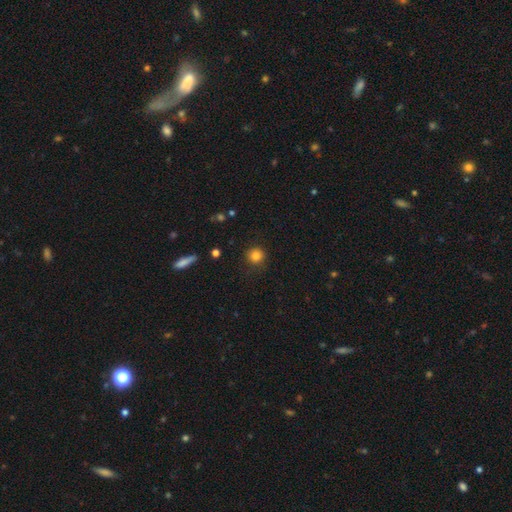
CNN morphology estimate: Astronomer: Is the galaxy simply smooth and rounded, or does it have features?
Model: smooth — 83%.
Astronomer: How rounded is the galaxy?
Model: round — 92%.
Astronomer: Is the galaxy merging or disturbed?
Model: none — 88%.